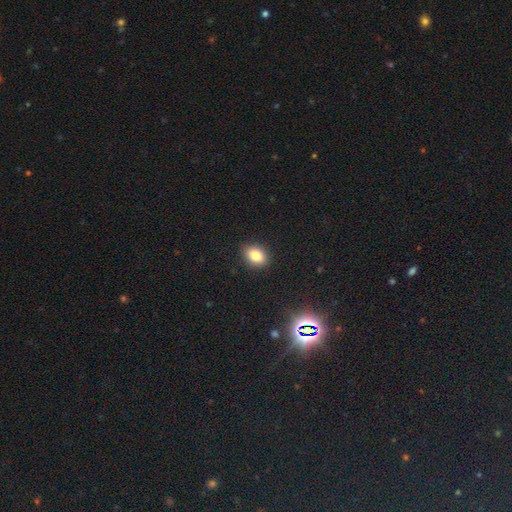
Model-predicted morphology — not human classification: A smooth galaxy with no disk features (83%) that is in between round and cigar-shaped (73%).

Vote fractions:
- Smooth or featured? smooth: 83% / star or artifact: 10% / featured or disk: 7%
- How rounded? in between: 73% / round: 25% / cigar-shaped: 1%
- Merging? none: 89% / minor disturbance: 8% / major disturbance: 2% / merger: 1%